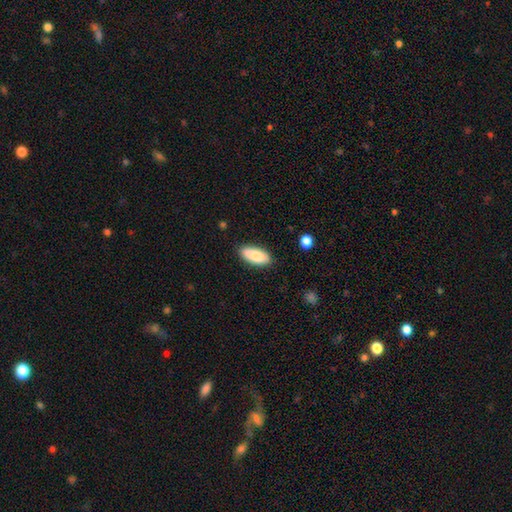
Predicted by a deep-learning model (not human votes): This is clearly a smooth galaxy (83%). How rounded: clearly in between (87%). Merging: clearly none (84%).